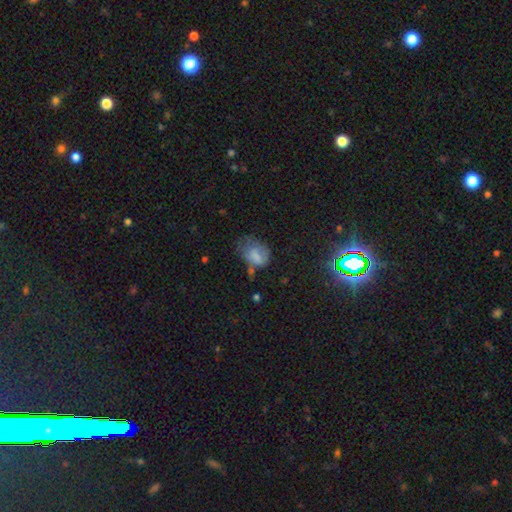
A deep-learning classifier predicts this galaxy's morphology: Smooth or featured? Predicted: smooth (p=0.68). How rounded? Predicted: in between (p=0.71). Merging? Predicted: minor disturbance (p=0.34).